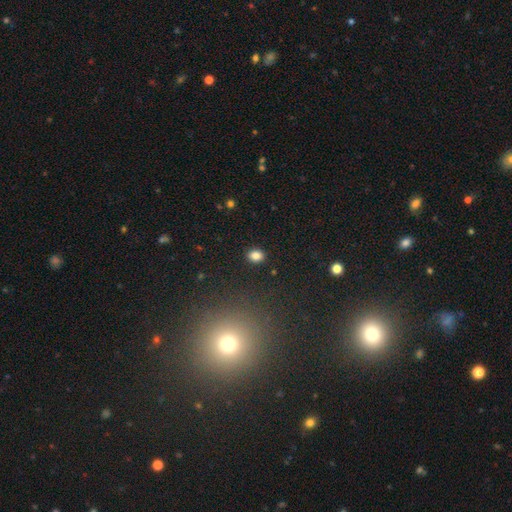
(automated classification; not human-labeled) Q: Smooth or featured?
A: smooth (84%); runner-up: star or artifact (11%)
Q: How rounded?
A: in between (56%); runner-up: round (42%)
Q: Merging?
A: none (90%); runner-up: minor disturbance (7%)